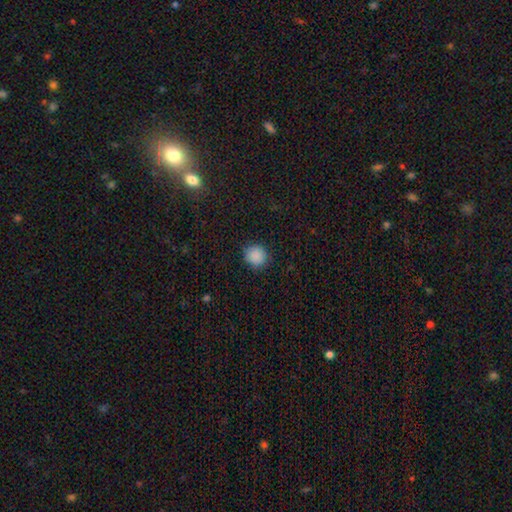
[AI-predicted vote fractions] smooth 88%, star or artifact 9%, featured or disk 3%. Down the decision tree: how rounded — round (86%); merging — none (88%).